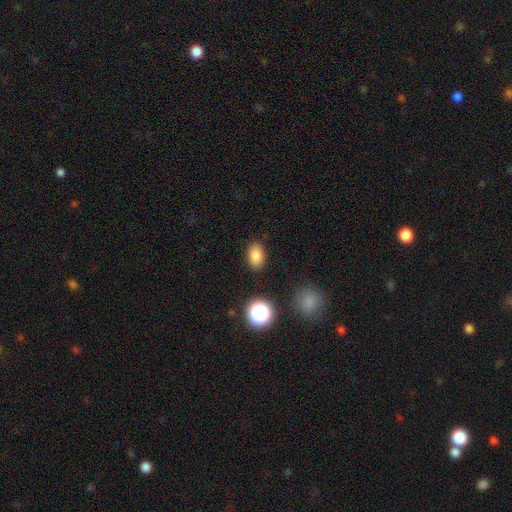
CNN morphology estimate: type=smooth (83%); roundness=in between (84%); merging=none (87%).